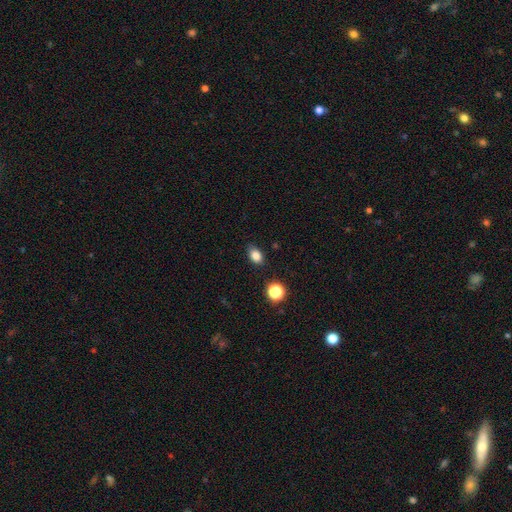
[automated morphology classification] Q: Smooth or featured?
A: smooth (84%); runner-up: star or artifact (11%)
Q: How rounded?
A: in between (75%); runner-up: round (23%)
Q: Merging?
A: none (82%); runner-up: minor disturbance (14%)